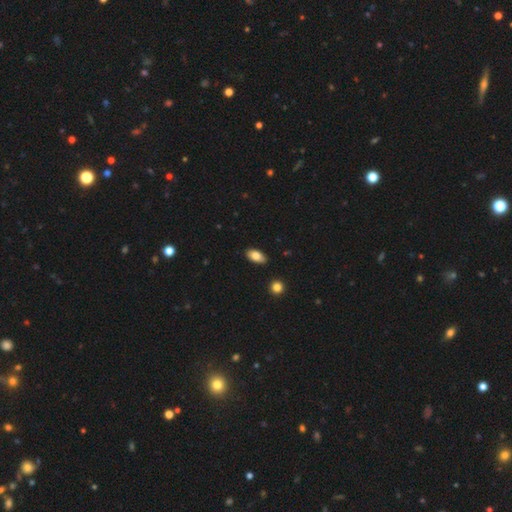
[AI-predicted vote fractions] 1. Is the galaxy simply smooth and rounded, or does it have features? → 82% smooth, 11% featured or disk, 7% star or artifact.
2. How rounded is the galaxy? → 92% in between, 4% cigar-shaped, 4% round.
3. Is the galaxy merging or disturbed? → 85% none, 11% minor disturbance, 2% major disturbance, 2% merger.